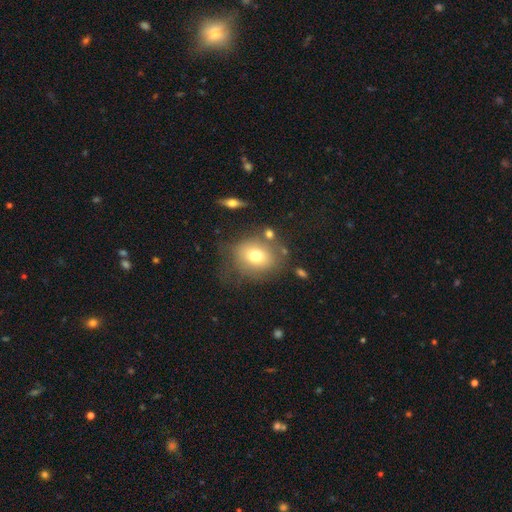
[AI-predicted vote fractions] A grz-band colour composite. It shows a smooth galaxy with no disk features (70%) that is round (68%). Merging: none (64%).